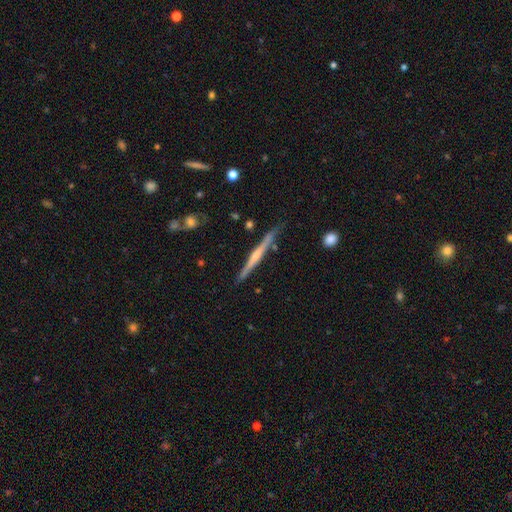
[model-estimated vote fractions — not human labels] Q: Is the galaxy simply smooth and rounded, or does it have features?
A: featured or disk — 69%.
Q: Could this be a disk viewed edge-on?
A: yes — 98%.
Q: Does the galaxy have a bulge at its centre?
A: rounded — 58%.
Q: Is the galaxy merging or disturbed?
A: none — 84%.